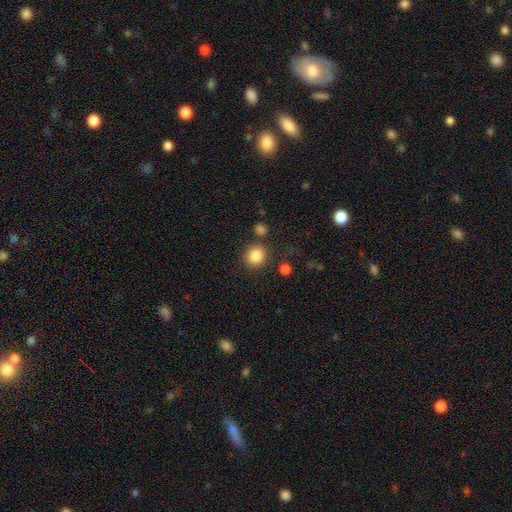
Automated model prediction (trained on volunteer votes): This is clearly a smooth galaxy (86%). How rounded: clearly round (88%). Merging: clearly none (82%).